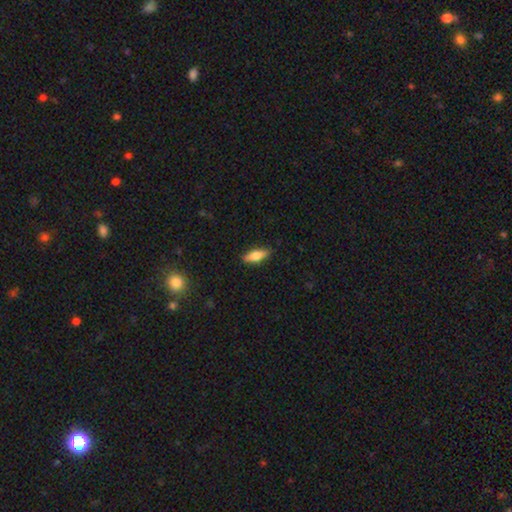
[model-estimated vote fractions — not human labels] Smooth or featured? smooth (72%)
How rounded? in between (59%)
Merging? none (88%)